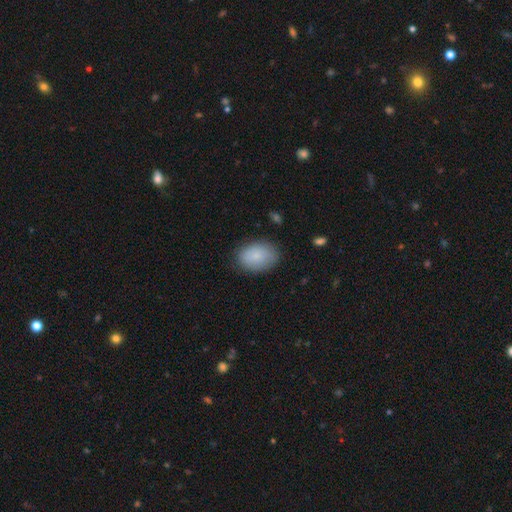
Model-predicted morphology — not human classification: Smooth or featured? smooth (82%)
How rounded? in between (73%)
Merging? none (81%)